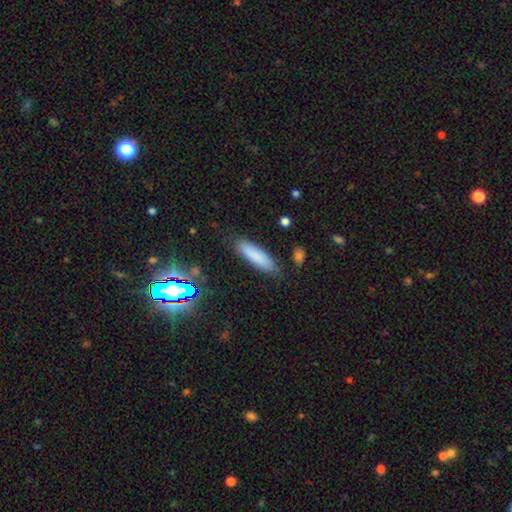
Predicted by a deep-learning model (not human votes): Q: Smooth or featured?
A: smooth (82%); runner-up: star or artifact (9%)
Q: How rounded?
A: cigar-shaped (66%); runner-up: in between (33%)
Q: Merging?
A: none (85%); runner-up: minor disturbance (11%)